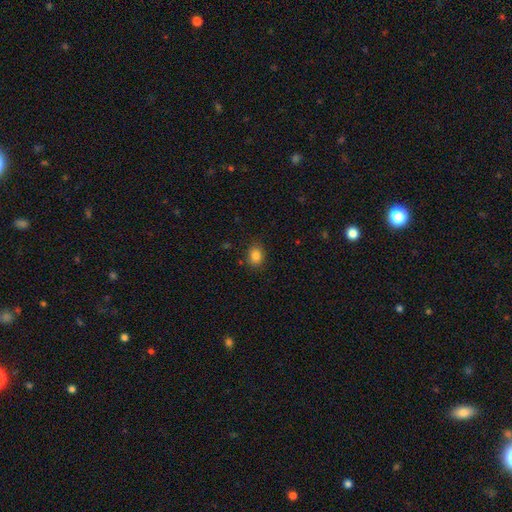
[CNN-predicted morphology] The model was most divided on "how rounded": in between: 51%, round: 48%, cigar-shaped: 1%. More confident: merging — none (84%); smooth or featured — smooth (84%).